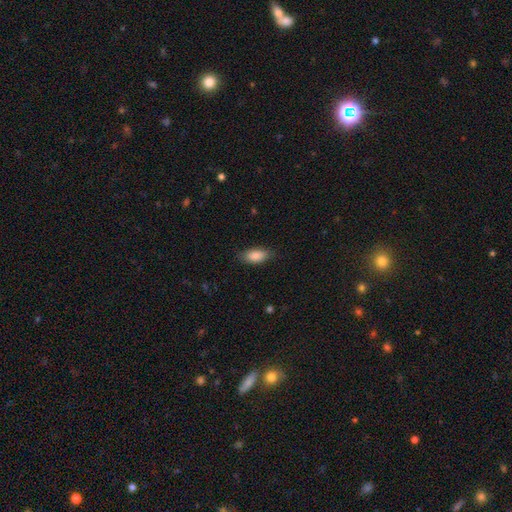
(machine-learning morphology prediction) Overall: smooth (87%). How rounded: in between (88%). Merging: none (81%).